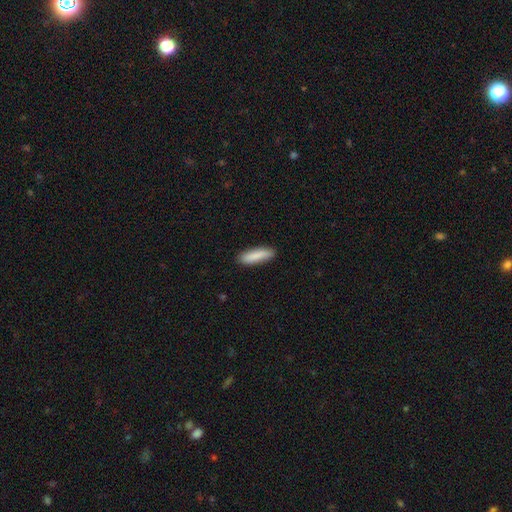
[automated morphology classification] smooth_or_featured: smooth (p=0.87) [alt: featured or disk p=0.07]
how_rounded: cigar-shaped (p=0.68) [alt: in between p=0.31]
merging: none (p=0.88) [alt: minor disturbance p=0.09]